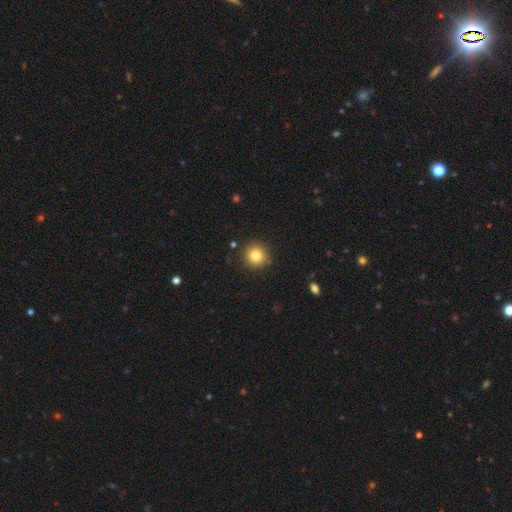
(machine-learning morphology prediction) A smooth galaxy with no disk features (82%) that is round (94%).

Vote fractions:
- Smooth or featured? smooth: 82% / star or artifact: 11% / featured or disk: 8%
- How rounded? round: 94% / in between: 5% / cigar-shaped: 1%
- Merging? none: 90% / minor disturbance: 7% / major disturbance: 2% / merger: 2%